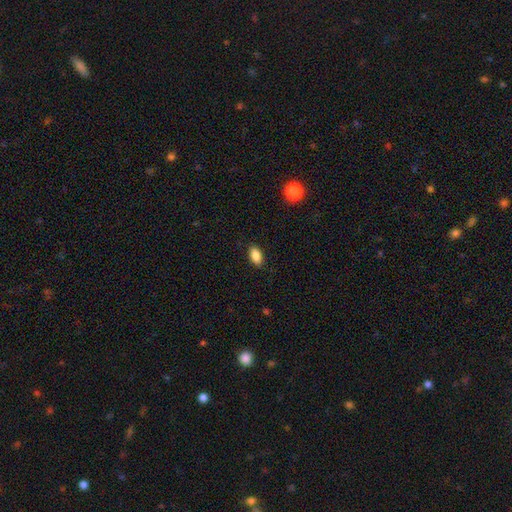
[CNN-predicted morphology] type=smooth (86%); roundness=in between (91%); merging=none (88%).